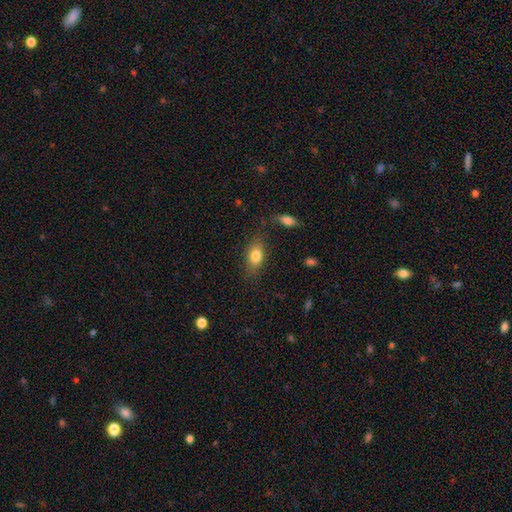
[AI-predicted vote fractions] Morphology: type=smooth (80%); roundness=in between (85%); merging=none (75%).